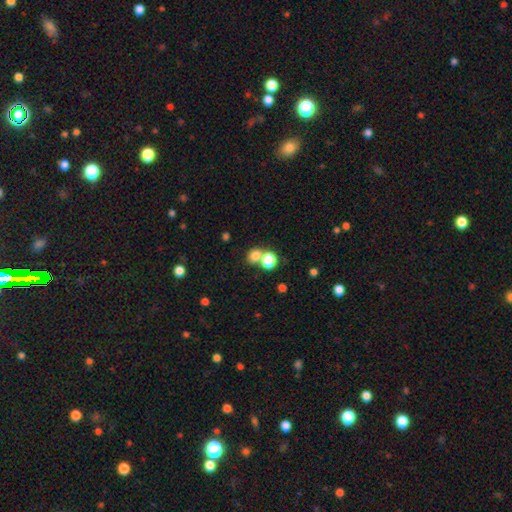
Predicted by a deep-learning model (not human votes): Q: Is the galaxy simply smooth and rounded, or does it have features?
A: smooth — 76%.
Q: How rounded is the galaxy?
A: round — 75%.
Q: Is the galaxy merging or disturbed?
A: none — 54%.